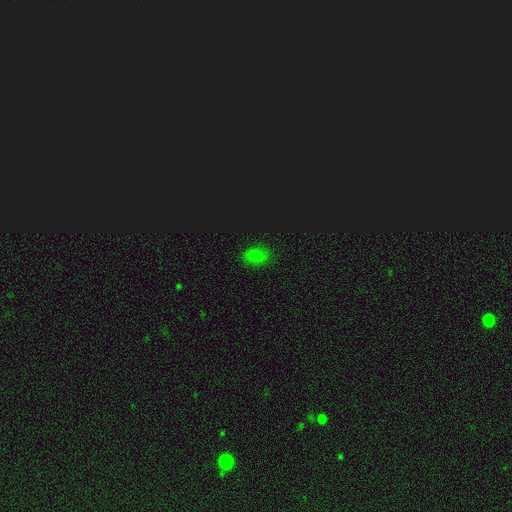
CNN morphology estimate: Smooth or featured: smooth — 71% (star or artifact — 24%)
How rounded: in between — 81% (round — 17%)
Merging: none — 81% (minor disturbance — 14%)